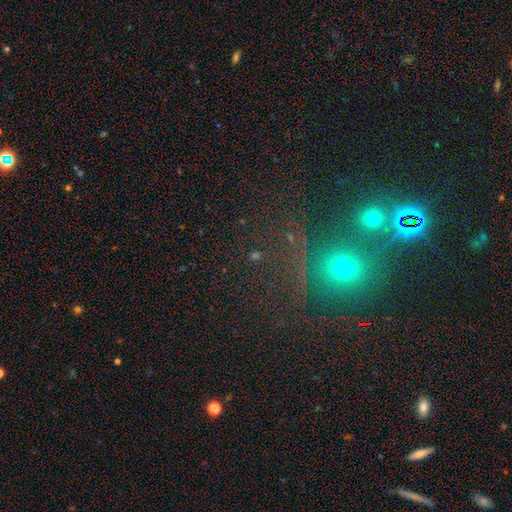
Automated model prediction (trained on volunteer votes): smooth_or_featured: star or artifact (p=0.56) [alt: smooth p=0.32]